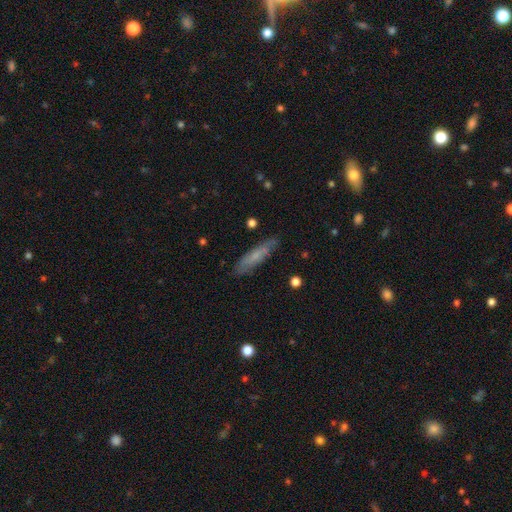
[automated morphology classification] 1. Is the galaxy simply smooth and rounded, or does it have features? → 57% smooth, 35% featured or disk, 7% star or artifact.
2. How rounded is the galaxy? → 77% cigar-shaped, 22% in between, 2% round.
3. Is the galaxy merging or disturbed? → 81% none, 14% minor disturbance, 3% major disturbance, 2% merger.